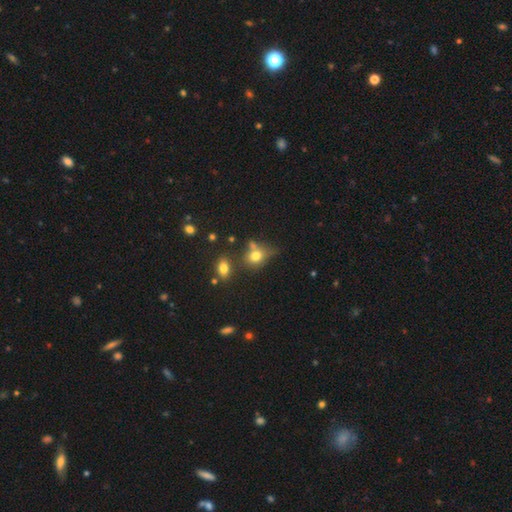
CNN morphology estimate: Overall: smooth (73%). How rounded: in between (49%; round 48%). Merging: none (45%; minor disturbance 23%).